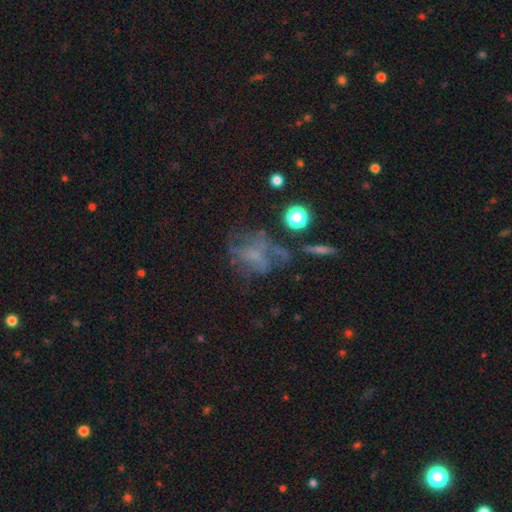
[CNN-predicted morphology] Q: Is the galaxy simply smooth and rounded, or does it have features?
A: featured or disk — 48%.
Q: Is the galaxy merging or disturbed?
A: none — 40%.